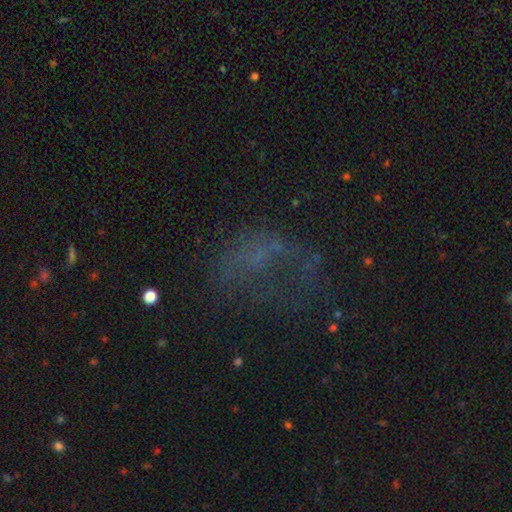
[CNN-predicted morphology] featured or disk 38%, star or artifact 33%, smooth 30%. Down the decision tree: merging — major disturbance (42%).